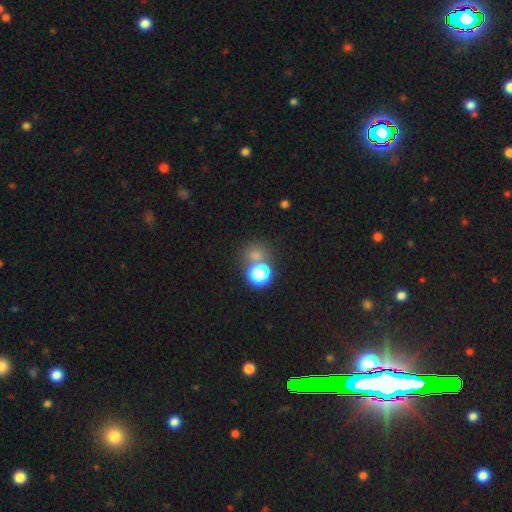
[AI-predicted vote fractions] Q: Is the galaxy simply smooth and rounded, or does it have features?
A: smooth — 67%.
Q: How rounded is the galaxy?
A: round — 79%.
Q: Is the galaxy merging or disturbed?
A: none — 56%.